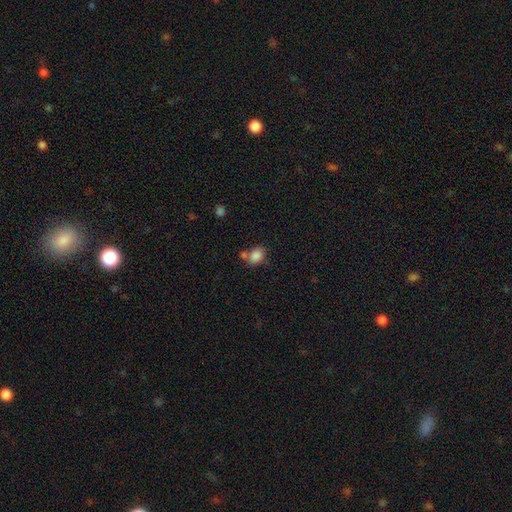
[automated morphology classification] Overall: smooth (85%). How rounded: in between (54%; round 45%). Merging: none (56%; merger 25%).